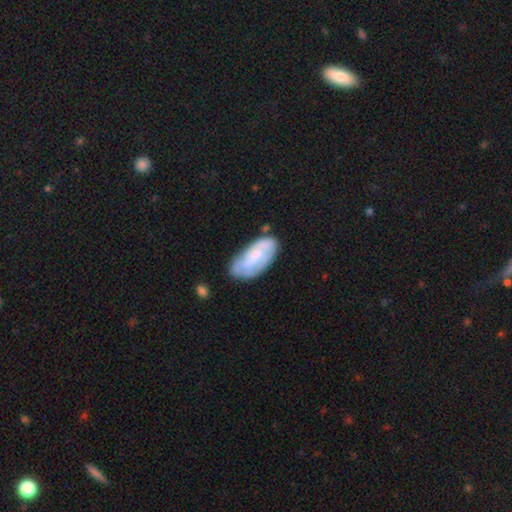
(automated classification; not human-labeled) Smooth or featured?
  - featured or disk: 47% *
  - smooth: 46%
  - star or artifact: 7%
Merging?
  - none: 62% *
  - minor disturbance: 25%
  - major disturbance: 9%
  - merger: 4%